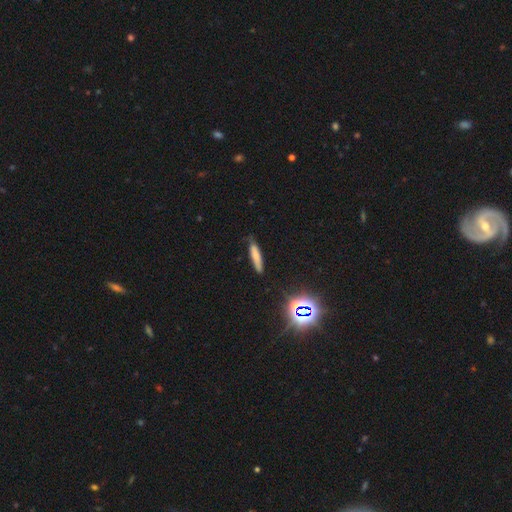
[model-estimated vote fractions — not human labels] The model was most divided on "smooth or featured": smooth: 69%, featured or disk: 18%, star or artifact: 13%. More confident: how rounded — cigar-shaped (84%); merging — none (72%).